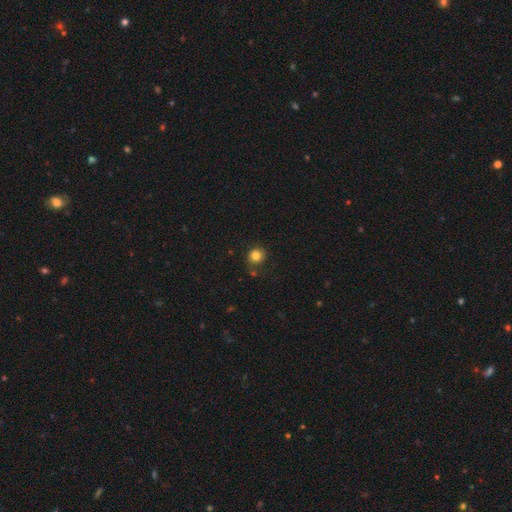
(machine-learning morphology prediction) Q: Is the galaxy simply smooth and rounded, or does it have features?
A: smooth — 83%.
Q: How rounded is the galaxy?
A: round — 88%.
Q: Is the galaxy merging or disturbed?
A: none — 75%.